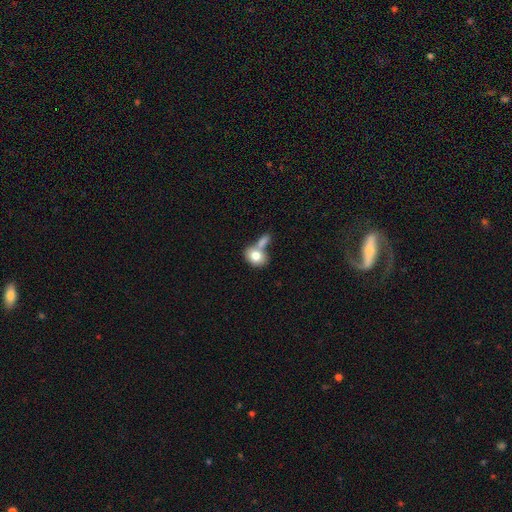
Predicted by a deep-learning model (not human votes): Q: Smooth or featured?
A: smooth (77%); runner-up: featured or disk (15%)
Q: How rounded?
A: in between (66%); runner-up: round (33%)
Q: Merging?
A: merger (49%); runner-up: none (34%)